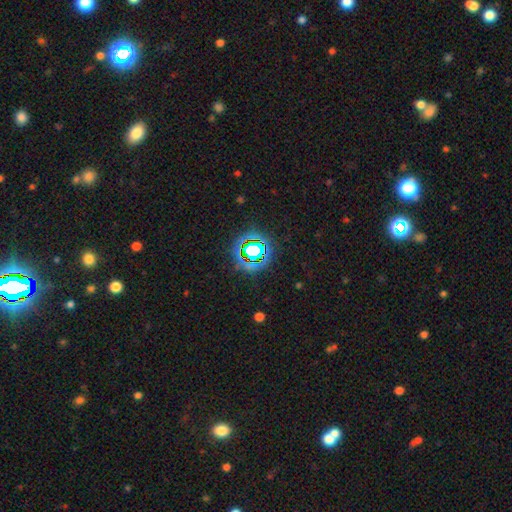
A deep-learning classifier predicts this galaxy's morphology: Q: Smooth or featured?
A: star or artifact (69%); runner-up: smooth (21%)